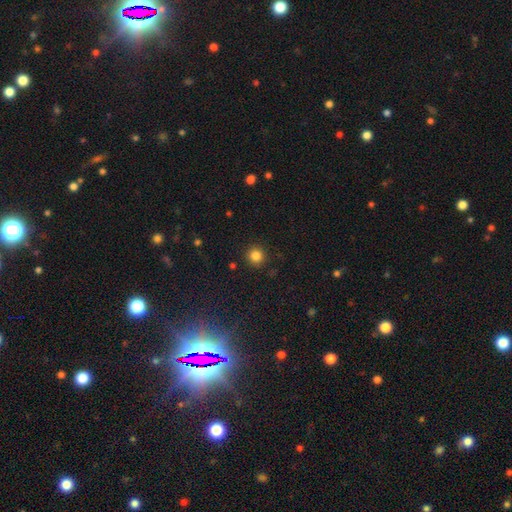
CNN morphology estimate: Smooth or featured: smooth — 83% (star or artifact — 13%)
How rounded: round — 94% (in between — 5%)
Merging: none — 92% (minor disturbance — 5%)